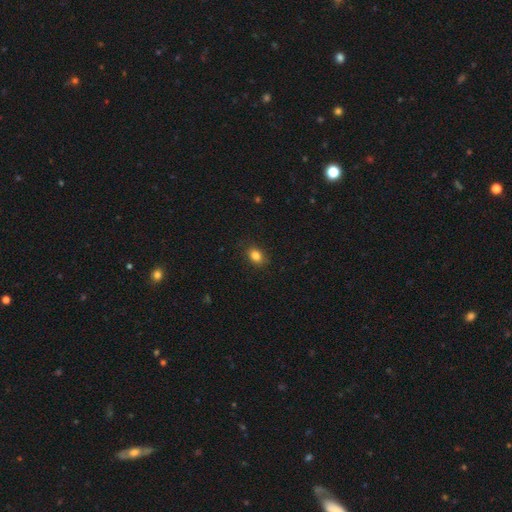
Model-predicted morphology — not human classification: Smooth or featured: smooth — 84% (star or artifact — 11%)
How rounded: in between — 64% (round — 35%)
Merging: none — 85% (minor disturbance — 11%)